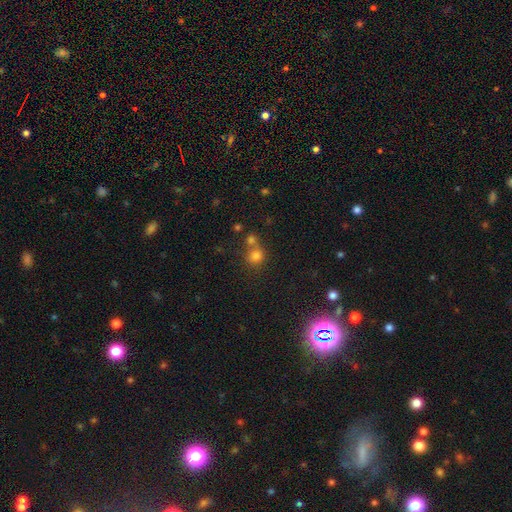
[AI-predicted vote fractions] This appears to be a smooth galaxy with no disk features (78%) that is round (85%). Merging: none (54%).